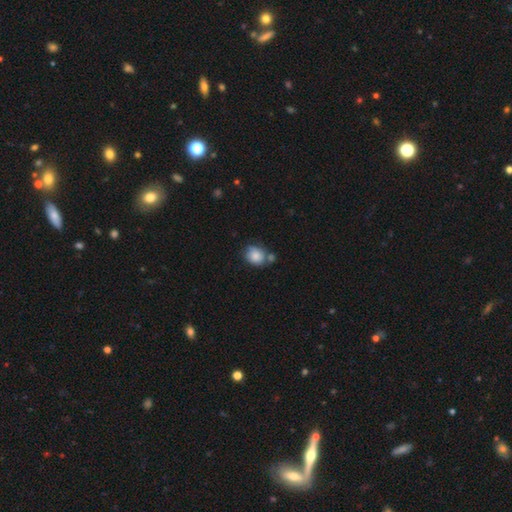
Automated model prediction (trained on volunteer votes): Morphology: type=smooth (80%); roundness=round (60%); merging=none (47%).